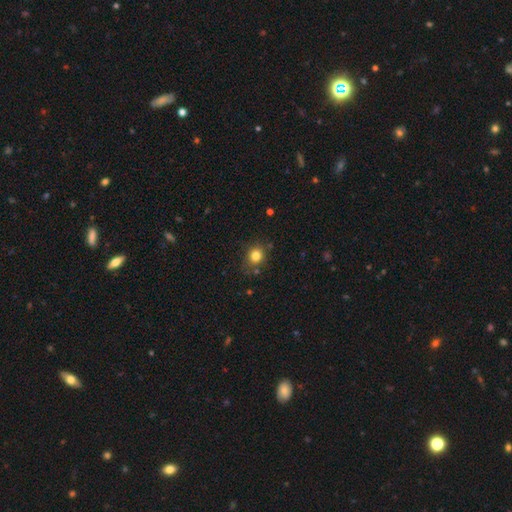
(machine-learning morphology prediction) type=smooth (81%); roundness=round (80%); merging=none (78%).